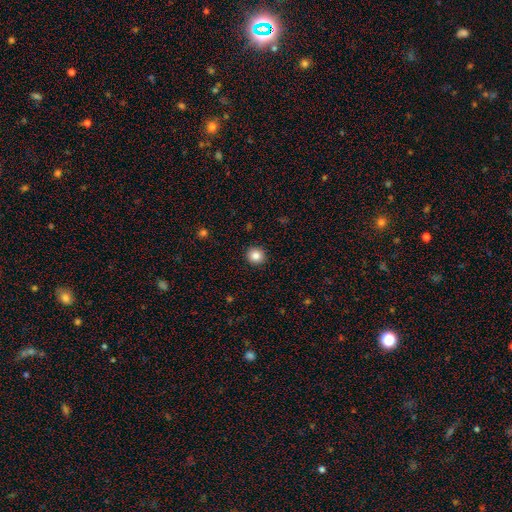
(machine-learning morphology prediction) Smooth or featured? Predicted: smooth (p=0.85). How rounded? Predicted: round (p=0.87). Merging? Predicted: none (p=0.92).